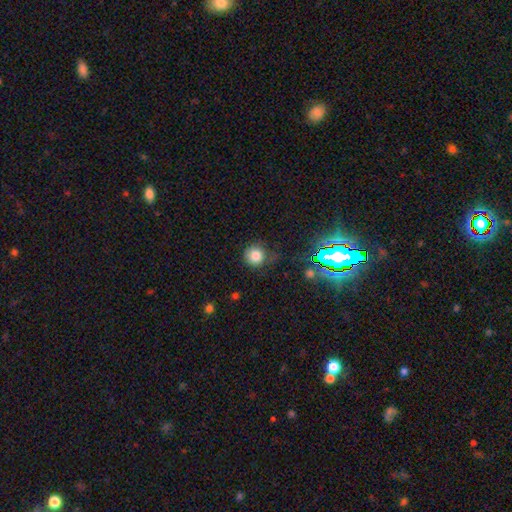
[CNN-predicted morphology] smooth_or_featured: smooth (p=0.79) [alt: star or artifact p=0.15]
how_rounded: round (p=0.91) [alt: in between p=0.08]
merging: none (p=0.70) [alt: minor disturbance p=0.20]